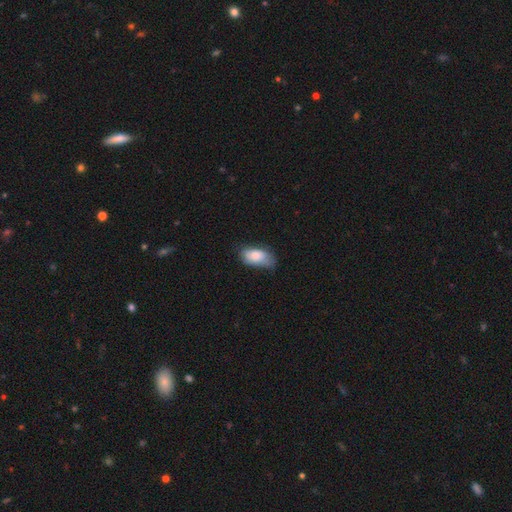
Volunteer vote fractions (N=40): Smooth or featured?
  - smooth: 78% *
  - featured or disk: 18%
  - star or artifact: 5%
How rounded?
  - in between: 94% *
  - round: 3%
  - cigar-shaped: 3%
Merging?
  - none: 61% *
  - minor disturbance: 29%
  - major disturbance: 8%
  - merger: 3%